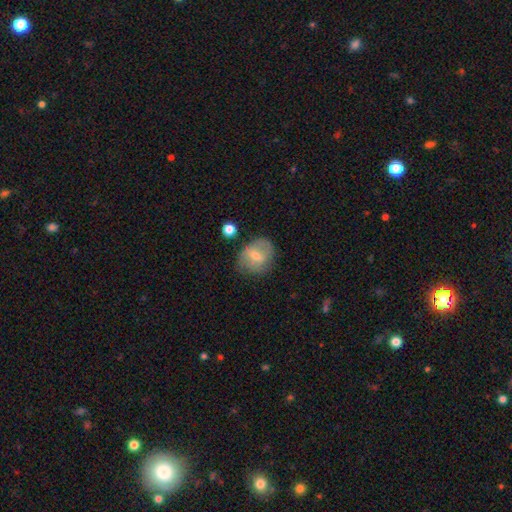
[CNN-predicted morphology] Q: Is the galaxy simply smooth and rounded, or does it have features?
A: smooth — 56%.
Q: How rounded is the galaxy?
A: round — 59%.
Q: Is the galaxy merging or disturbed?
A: none — 68%.